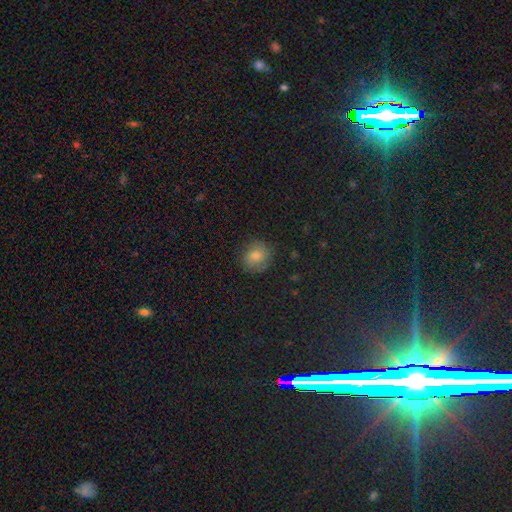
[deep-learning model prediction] This appears to be a smooth galaxy with no disk features (68%) that is round (72%). Merging: none (79%).